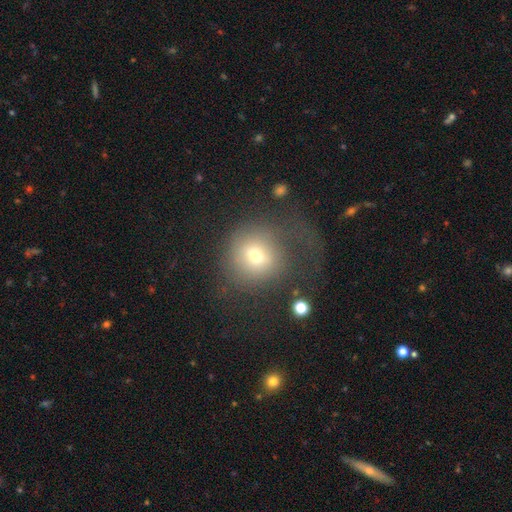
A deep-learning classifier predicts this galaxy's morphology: A smooth galaxy with no disk features (65%) that is round (85%). Merging: major disturbance (40%, tied with none).